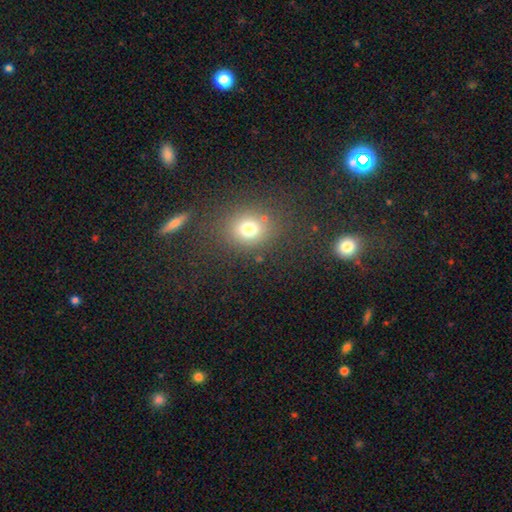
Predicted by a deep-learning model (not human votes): A smooth galaxy with no disk features (62%) that is round (70%). Merging: none (79%).